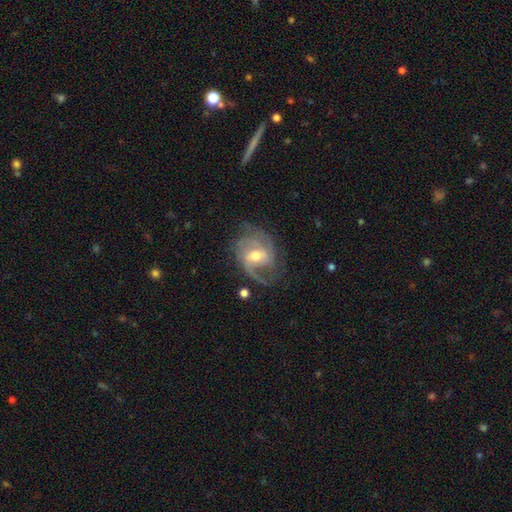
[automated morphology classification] This appears to be a featured or disk galaxy (86%) with a weak bar (51%), 2 (41%) medium (46%) spiral arms (95%) and a moderate central bulge (63%). Merging: none (66%).